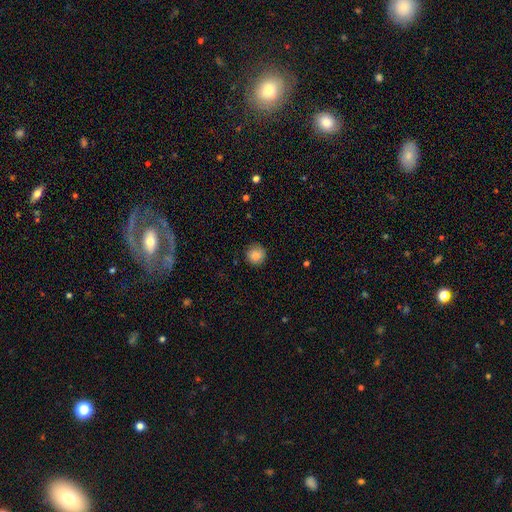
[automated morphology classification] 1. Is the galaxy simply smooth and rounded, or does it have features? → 81% smooth, 10% featured or disk, 9% star or artifact.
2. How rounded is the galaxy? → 94% round, 5% in between, 1% cigar-shaped.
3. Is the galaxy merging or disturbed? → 87% none, 10% minor disturbance, 2% major disturbance, 1% merger.